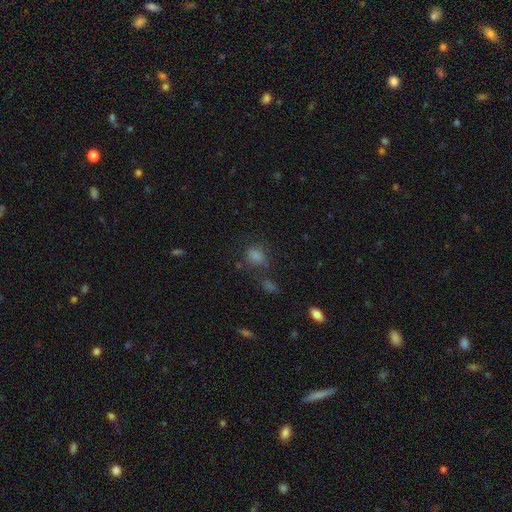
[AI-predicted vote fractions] Smooth or featured?
  - smooth: 64% *
  - star or artifact: 26%
  - featured or disk: 10%
How rounded?
  - round: 57% *
  - in between: 41%
  - cigar-shaped: 2%
Merging?
  - none: 61% *
  - minor disturbance: 16%
  - merger: 14%
  - major disturbance: 10%